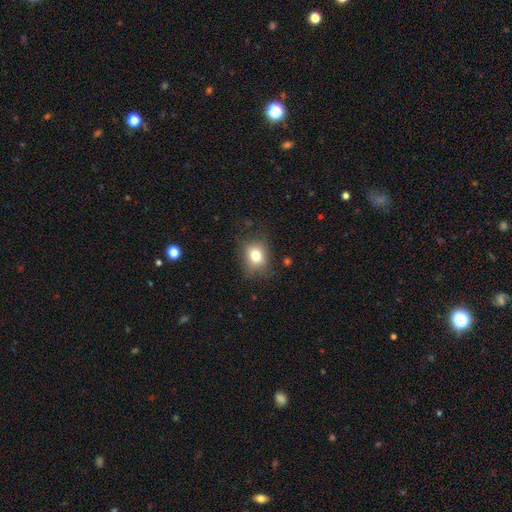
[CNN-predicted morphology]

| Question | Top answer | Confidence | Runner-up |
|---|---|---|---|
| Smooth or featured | smooth | 77% | star or artifact (12%) |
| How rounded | round | 53% | in between (46%) |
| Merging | none | 74% | minor disturbance (18%) |